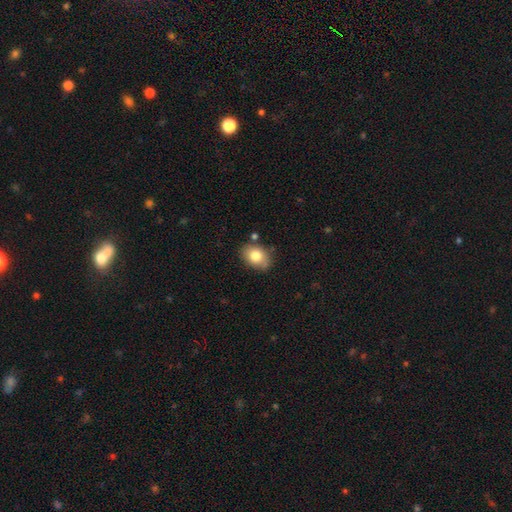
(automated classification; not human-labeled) smooth 77%, featured or disk 14%, star or artifact 8%. Down the decision tree: how rounded — in between (71%); merging — none (75%).